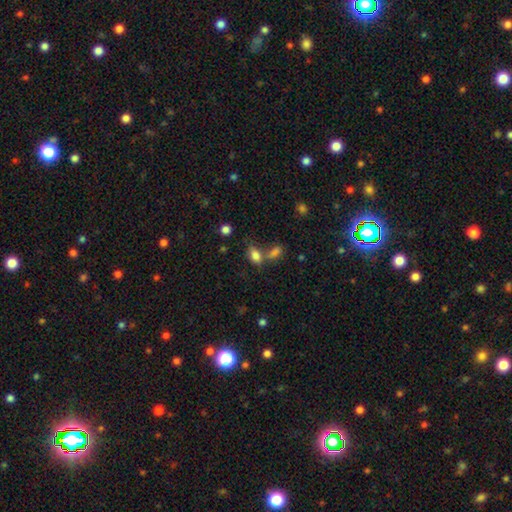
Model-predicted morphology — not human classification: A smooth galaxy with no disk features (80%) that is in between round and cigar-shaped (86%).

Vote fractions:
- Smooth or featured? smooth: 80% / star or artifact: 11% / featured or disk: 10%
- How rounded? in between: 86% / round: 9% / cigar-shaped: 5%
- Merging? none: 46% / merger: 34% / minor disturbance: 13% / major disturbance: 7%